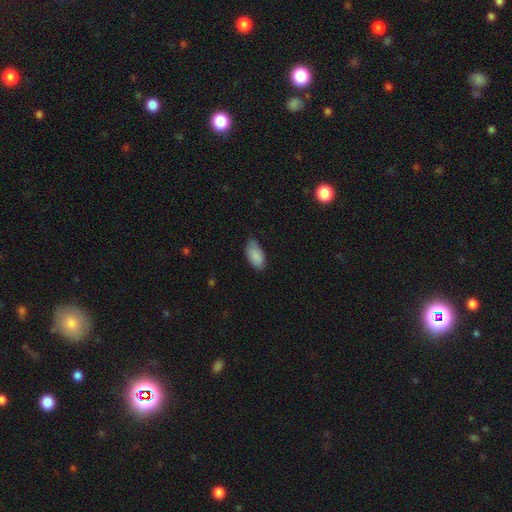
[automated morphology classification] The model was most divided on "merging": none: 75%, minor disturbance: 21%, major disturbance: 3%, merger: 1%. More confident: how rounded — in between (93%); smooth or featured — smooth (89%).